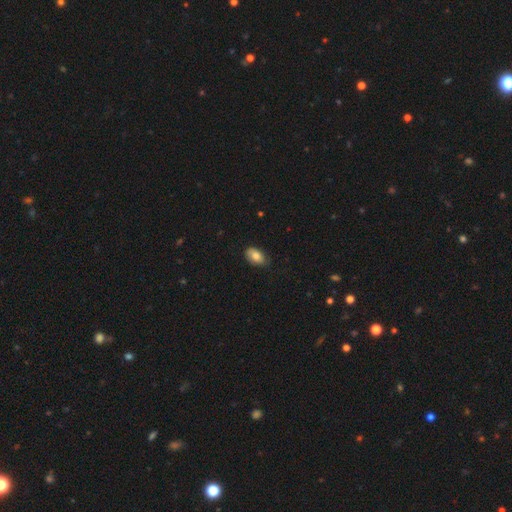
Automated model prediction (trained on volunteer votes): Morphology: type=smooth (82%); roundness=in between (92%); merging=none (79%).